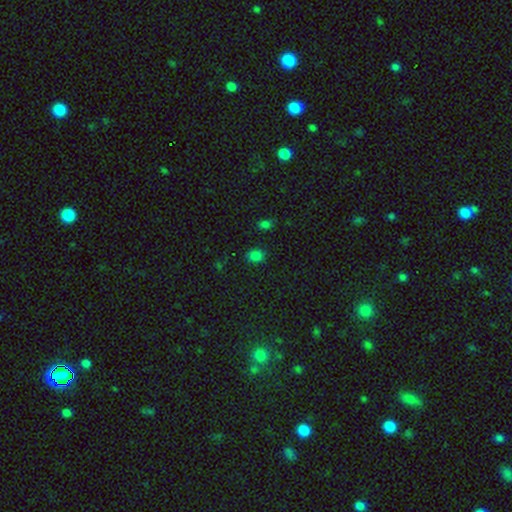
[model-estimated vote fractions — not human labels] Q: Smooth or featured?
A: smooth (77%); runner-up: star or artifact (18%)
Q: How rounded?
A: in between (57%); runner-up: round (42%)
Q: Merging?
A: none (81%); runner-up: minor disturbance (13%)